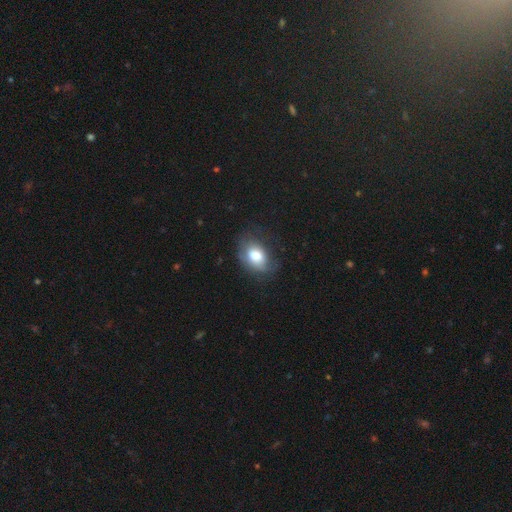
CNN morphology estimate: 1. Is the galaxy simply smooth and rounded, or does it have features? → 73% smooth, 19% featured or disk, 8% star or artifact.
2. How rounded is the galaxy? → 75% in between, 24% round, 1% cigar-shaped.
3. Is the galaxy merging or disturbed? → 57% none, 28% minor disturbance, 13% major disturbance, 2% merger.